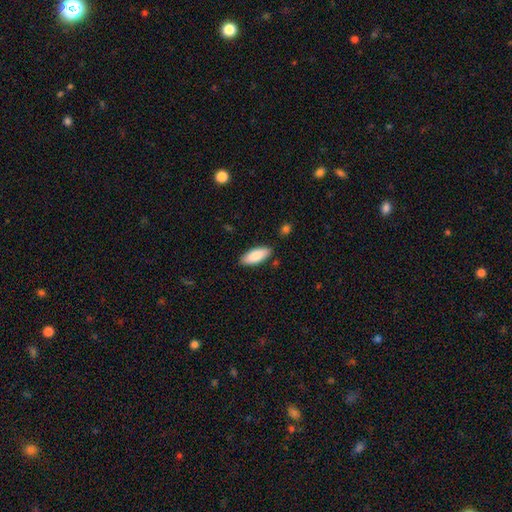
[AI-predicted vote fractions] Smooth or featured? smooth (86%)
How rounded? in between (80%)
Merging? none (87%)